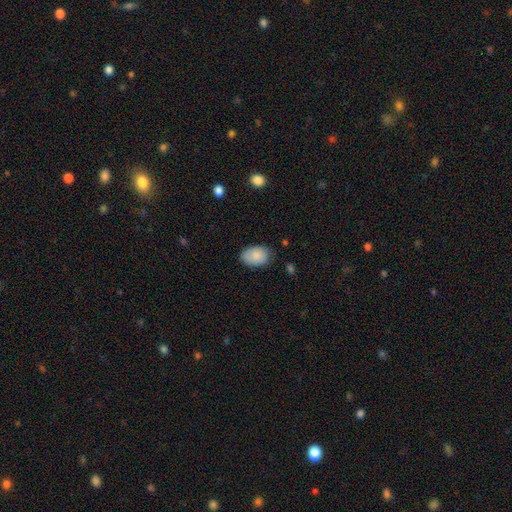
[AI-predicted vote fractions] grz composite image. It shows a smooth galaxy with no disk features (87%) that is in between round and cigar-shaped (86%). Merging: none (77%).